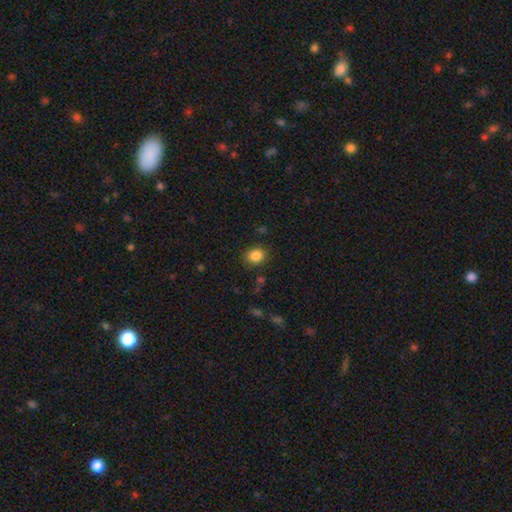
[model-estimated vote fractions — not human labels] Overall: smooth (85%). How rounded: round (60%; in between 39%). Merging: none (85%).